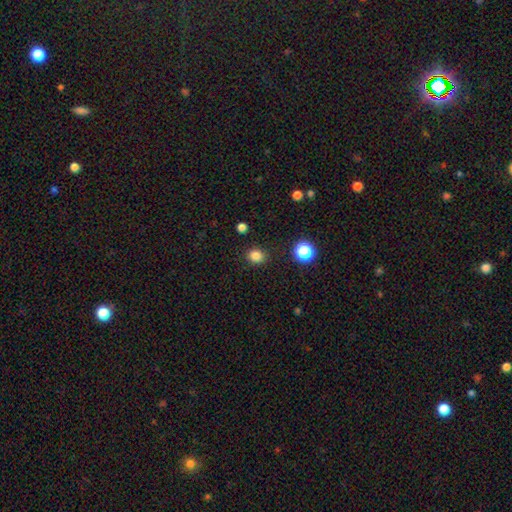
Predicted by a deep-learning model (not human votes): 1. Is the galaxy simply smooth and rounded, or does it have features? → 83% smooth, 13% star or artifact, 4% featured or disk.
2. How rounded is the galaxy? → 74% round, 25% in between, 1% cigar-shaped.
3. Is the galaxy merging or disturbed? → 89% none, 7% minor disturbance, 2% major disturbance, 2% merger.